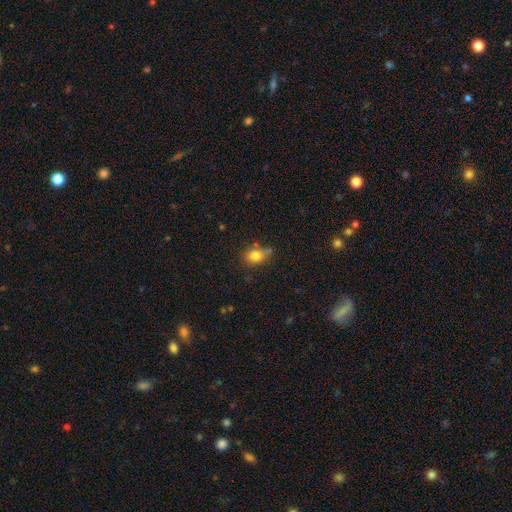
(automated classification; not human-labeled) Q: Smooth or featured?
A: smooth (79%); runner-up: star or artifact (11%)
Q: How rounded?
A: in between (58%); runner-up: round (39%)
Q: Merging?
A: none (57%); runner-up: minor disturbance (28%)